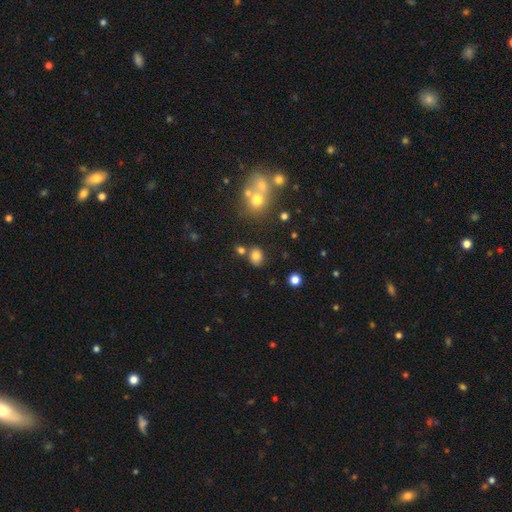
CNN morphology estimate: Smooth or featured?
  - smooth: 78% *
  - star or artifact: 14%
  - featured or disk: 7%
How rounded?
  - round: 50% *
  - in between: 49%
  - cigar-shaped: 1%
Merging?
  - none: 73% *
  - minor disturbance: 12%
  - merger: 11%
  - major disturbance: 4%